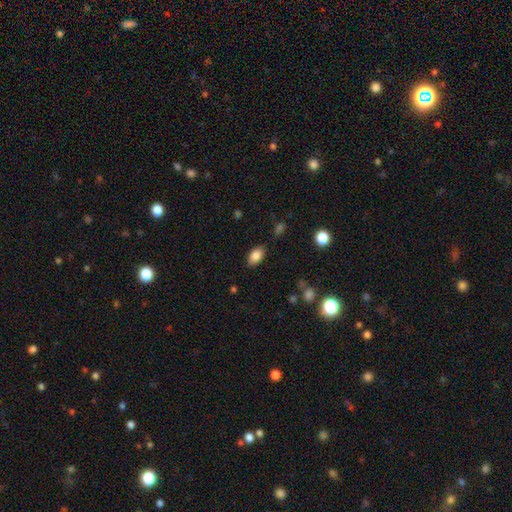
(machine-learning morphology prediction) smooth_or_featured: smooth (p=0.84) [alt: star or artifact p=0.08]
how_rounded: in between (p=0.90) [alt: round p=0.07]
merging: none (p=0.83) [alt: minor disturbance p=0.12]